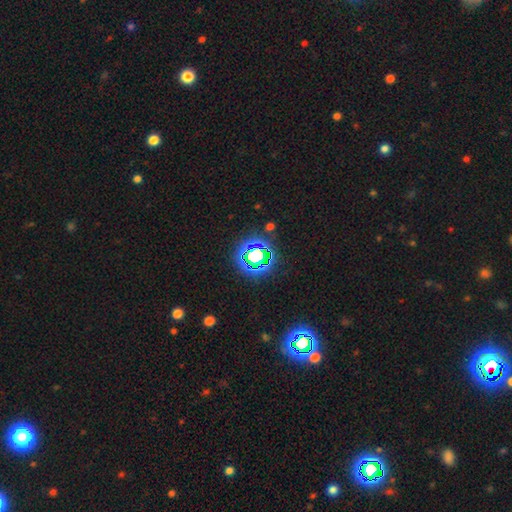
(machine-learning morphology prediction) smooth_or_featured: star or artifact (p=0.64) [alt: smooth p=0.24]